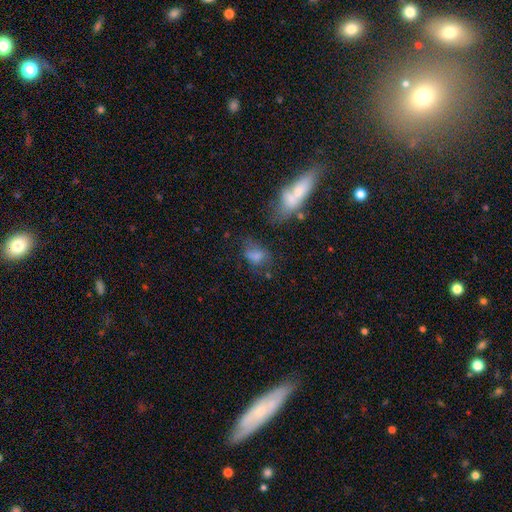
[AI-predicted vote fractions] Smooth or featured? Predicted: smooth (p=0.69). How rounded? Predicted: in between (p=0.79). Merging? Predicted: none (p=0.40).